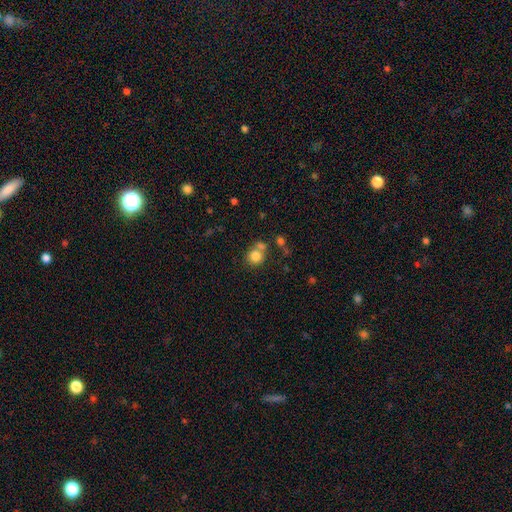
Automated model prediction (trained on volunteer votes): Smooth or featured? Predicted: smooth (p=0.80). How rounded? Predicted: round (p=0.86). Merging? Predicted: none (p=0.55).